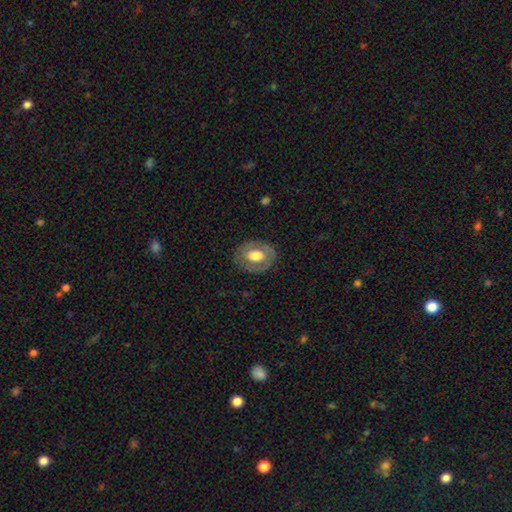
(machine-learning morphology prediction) Smooth or featured: smooth — 52% (featured or disk — 42%)
How rounded: in between — 62% (round — 37%)
Merging: none — 78% (minor disturbance — 15%)